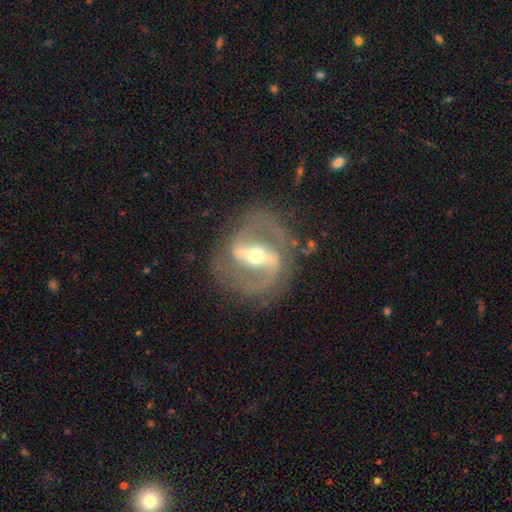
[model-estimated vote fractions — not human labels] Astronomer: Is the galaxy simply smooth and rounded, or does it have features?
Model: featured or disk — 89%.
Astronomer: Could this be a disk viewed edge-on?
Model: no — 94%.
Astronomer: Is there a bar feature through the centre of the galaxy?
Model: strong — 73%.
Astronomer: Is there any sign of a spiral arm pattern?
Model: yes — 89%.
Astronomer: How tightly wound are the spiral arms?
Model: medium — 55%.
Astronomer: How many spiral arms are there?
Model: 2 — 91%.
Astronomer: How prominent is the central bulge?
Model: moderate — 61%.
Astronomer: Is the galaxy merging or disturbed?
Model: none — 79%.